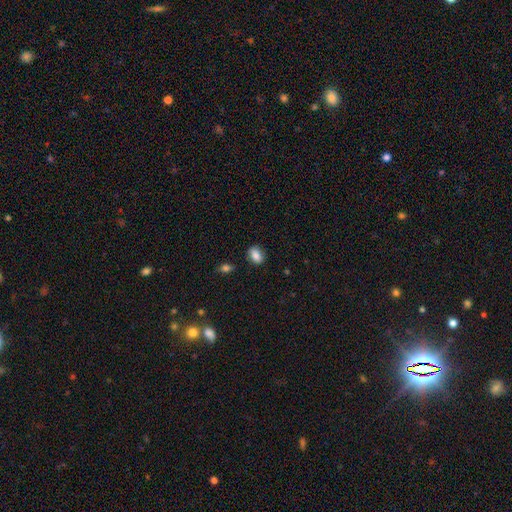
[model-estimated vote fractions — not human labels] This is clearly a smooth galaxy (81%). How rounded: likely in between (69%). Merging: clearly none (83%).